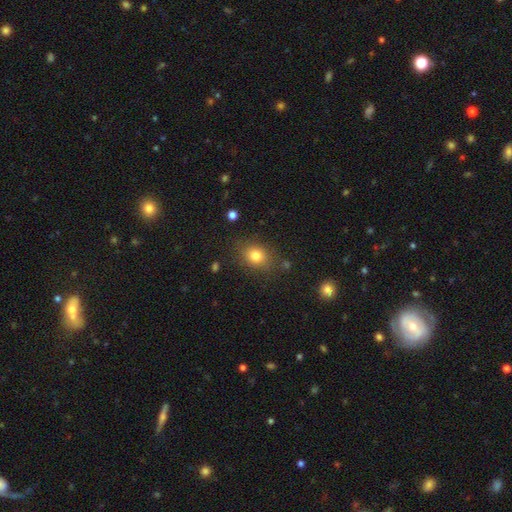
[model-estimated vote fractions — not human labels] A smooth galaxy with no disk features (79%) that is round (54%).

Vote fractions:
- Smooth or featured? smooth: 79% / star or artifact: 12% / featured or disk: 9%
- How rounded? round: 54% / in between: 45% / cigar-shaped: 1%
- Merging? none: 81% / minor disturbance: 13% / major disturbance: 4% / merger: 2%